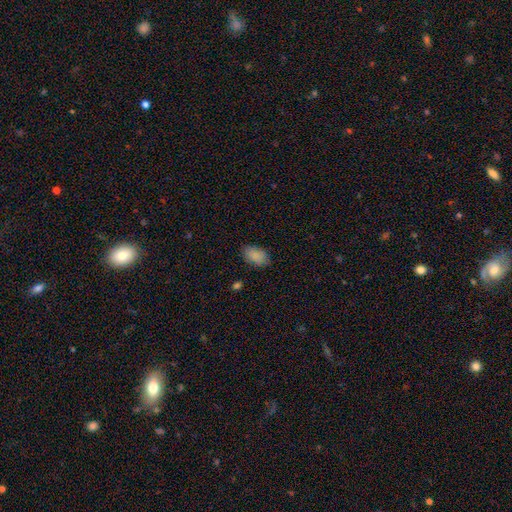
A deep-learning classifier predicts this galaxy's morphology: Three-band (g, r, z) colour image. It shows a smooth galaxy with no disk features (88%) that is in between round and cigar-shaped (91%). Merging: none (81%).